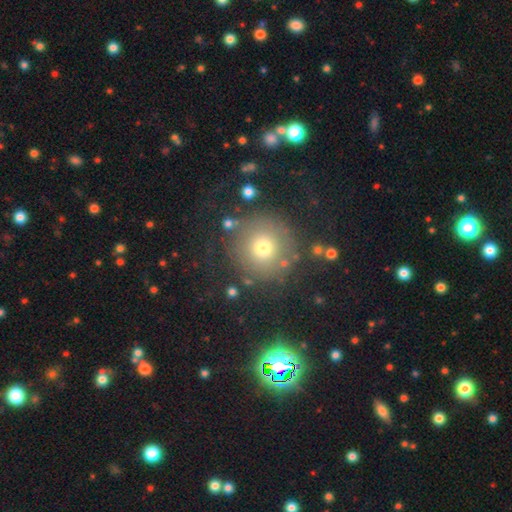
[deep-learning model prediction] smooth-or-featured: smooth: 58% | star or artifact: 25% | featured or disk: 17%
  how-rounded: round: 95% | in between: 4% | cigar-shaped: 1%
  merging: none: 81% | minor disturbance: 9% | major disturbance: 6% | merger: 4%